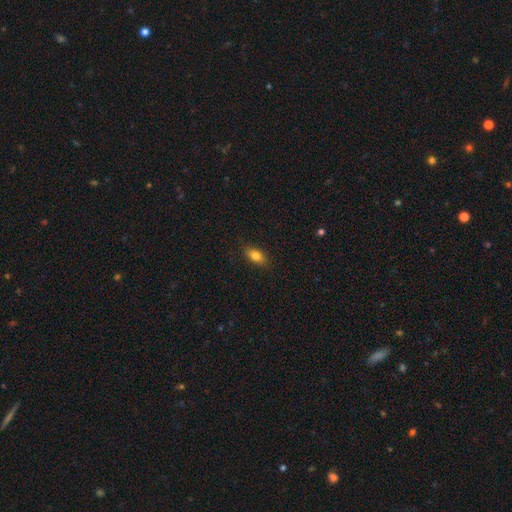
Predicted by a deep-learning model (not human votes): Morphology: type=smooth (82%); roundness=in between (86%); merging=none (86%).